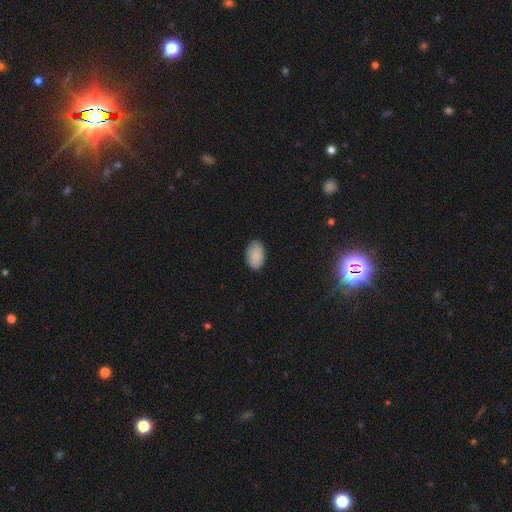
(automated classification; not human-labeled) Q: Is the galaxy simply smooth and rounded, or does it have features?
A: smooth — 87%.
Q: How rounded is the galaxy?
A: in between — 91%.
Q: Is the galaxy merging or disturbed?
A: none — 86%.